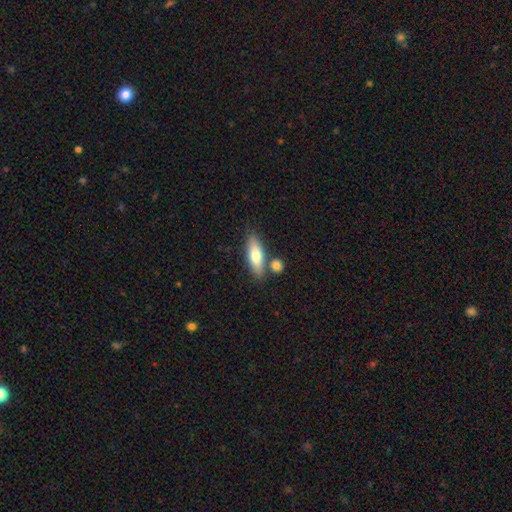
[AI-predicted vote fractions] Overall: smooth (69%). How rounded: in between (53%; cigar-shaped 44%). Merging: none (70%).